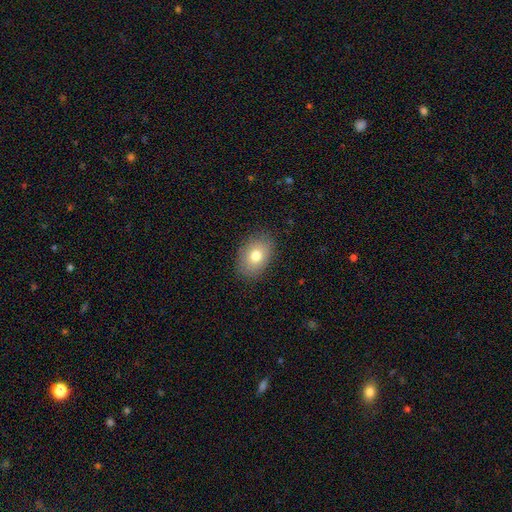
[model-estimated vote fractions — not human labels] A smooth galaxy with no disk features (76%) that is in between round and cigar-shaped (81%). Merging: none (85%).